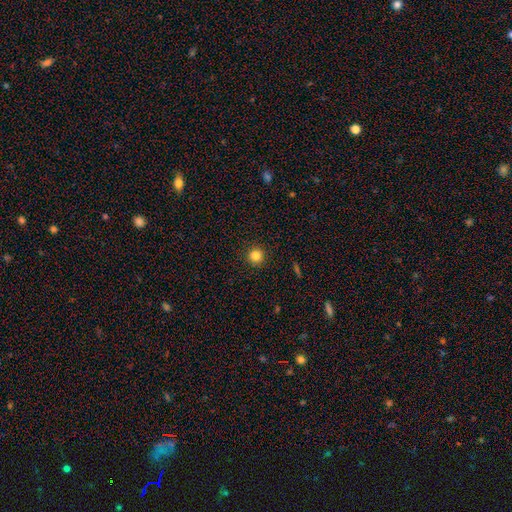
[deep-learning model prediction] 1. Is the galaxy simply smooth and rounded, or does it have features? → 83% smooth, 12% star or artifact, 5% featured or disk.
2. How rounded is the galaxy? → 95% round, 4% in between, 1% cigar-shaped.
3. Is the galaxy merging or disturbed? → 92% none, 5% minor disturbance, 2% major disturbance, 1% merger.